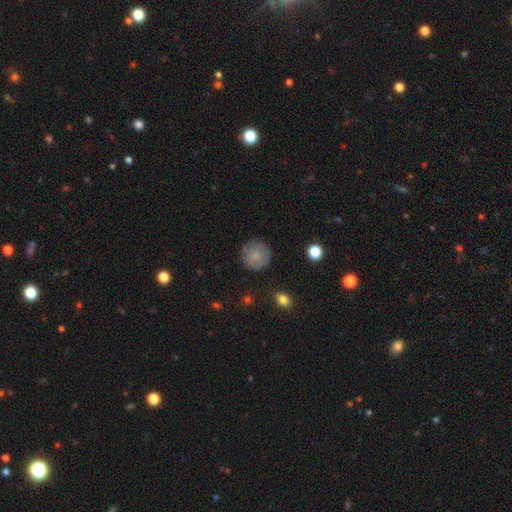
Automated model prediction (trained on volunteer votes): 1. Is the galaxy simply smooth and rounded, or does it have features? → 81% smooth, 11% featured or disk, 8% star or artifact.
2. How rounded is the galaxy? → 94% round, 5% in between, 1% cigar-shaped.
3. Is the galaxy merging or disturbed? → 84% none, 11% minor disturbance, 3% major disturbance, 1% merger.